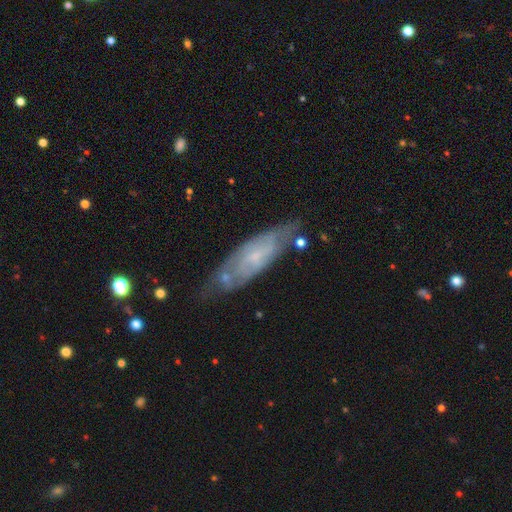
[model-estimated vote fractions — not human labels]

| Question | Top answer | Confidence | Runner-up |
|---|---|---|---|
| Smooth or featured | featured or disk | 64% | smooth (28%) |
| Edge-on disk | no | 73% | yes (27%) |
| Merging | none | 61% | minor disturbance (26%) |